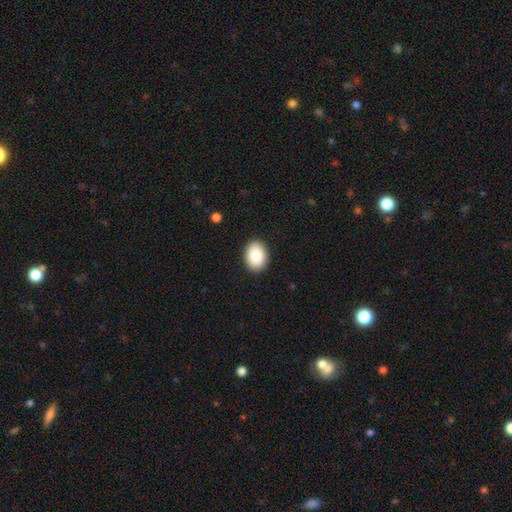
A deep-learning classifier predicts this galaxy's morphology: This appears to be a smooth galaxy with no disk features (89%) that is in between round and cigar-shaped (74%). Merging: none (89%).